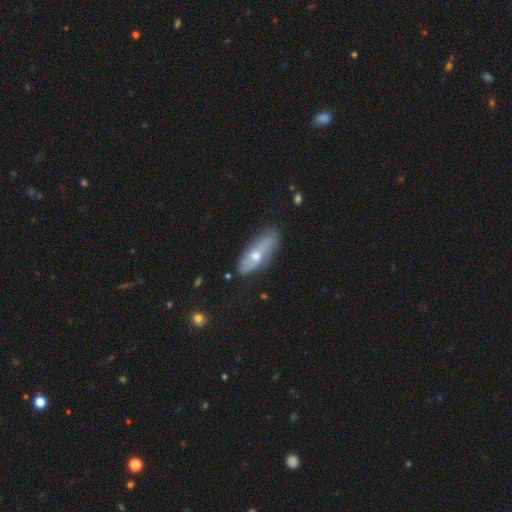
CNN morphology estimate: Smooth or featured? Predicted: featured or disk (p=0.49). Merging? Predicted: none (p=0.72).